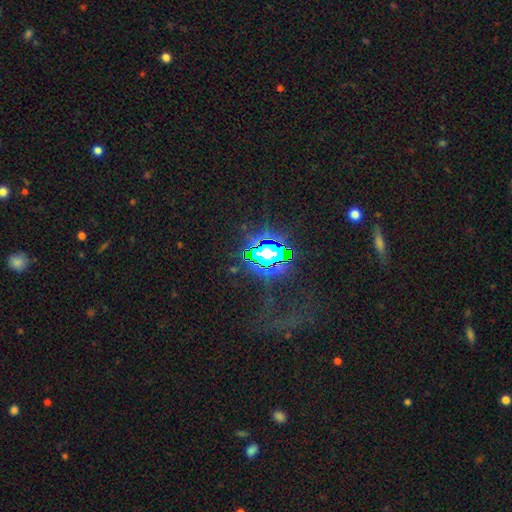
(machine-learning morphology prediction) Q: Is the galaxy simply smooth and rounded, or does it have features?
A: star or artifact — 76%.